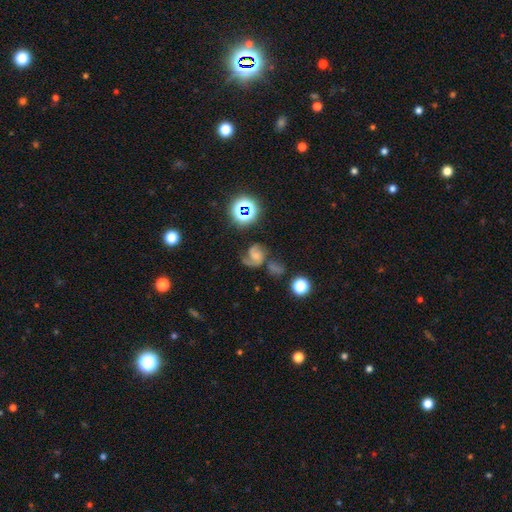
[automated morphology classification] Overall: featured or disk (69%). Edge-on disk: no (98%). Bar: no (66%; weak 26%). Spiral arms: yes (93%). Spiral arm count: 2 (69%). Spiral winding: medium (50%; loose 27%). Bulge size: moderate (44%; small 42%). Merging: none (41%; major disturbance 22%).